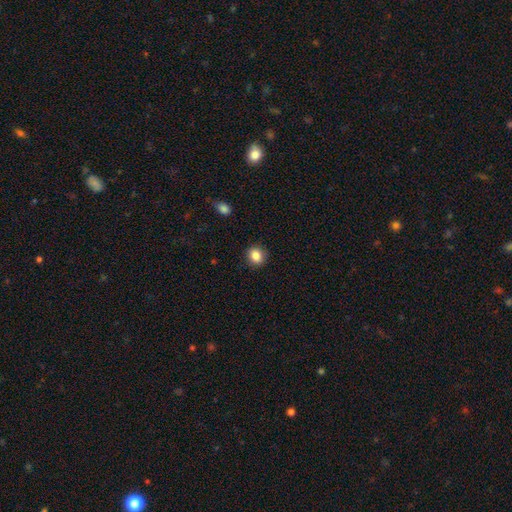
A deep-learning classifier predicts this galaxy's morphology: smooth_or_featured: smooth (p=0.86) [alt: star or artifact p=0.09]
how_rounded: round (p=0.79) [alt: in between p=0.20]
merging: none (p=0.89) [alt: minor disturbance p=0.08]